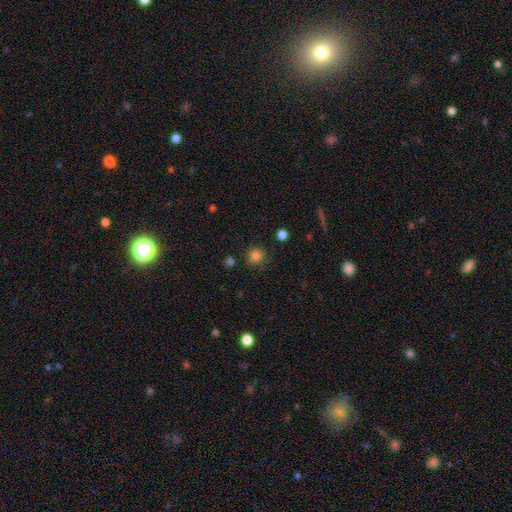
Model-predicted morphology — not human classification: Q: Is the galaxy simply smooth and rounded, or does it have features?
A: smooth — 83%.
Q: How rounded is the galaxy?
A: round — 88%.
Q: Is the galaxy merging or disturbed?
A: none — 85%.